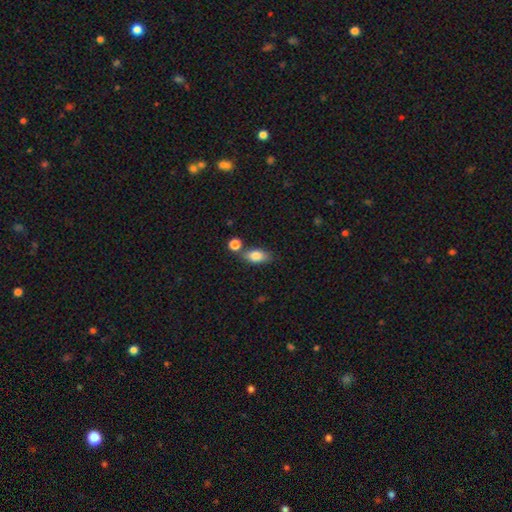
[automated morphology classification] Smooth or featured? smooth (81%)
How rounded? in between (84%)
Merging? none (64%)